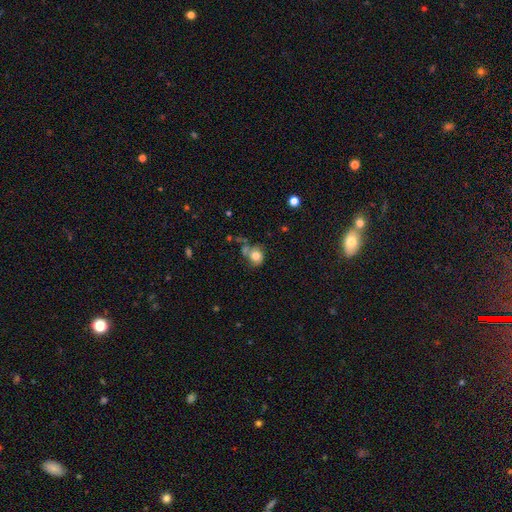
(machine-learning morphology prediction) Smooth or featured? smooth (75%)
How rounded? round (74%)
Merging? none (49%)